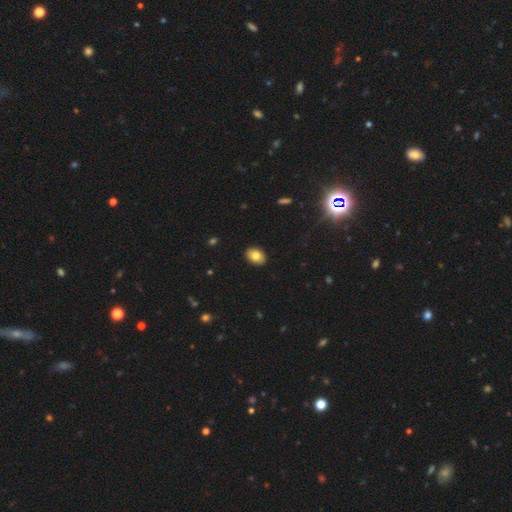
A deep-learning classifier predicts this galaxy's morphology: smooth 81%, featured or disk 10%, star or artifact 9%. Down the decision tree: how rounded — in between (75%); merging — none (91%).